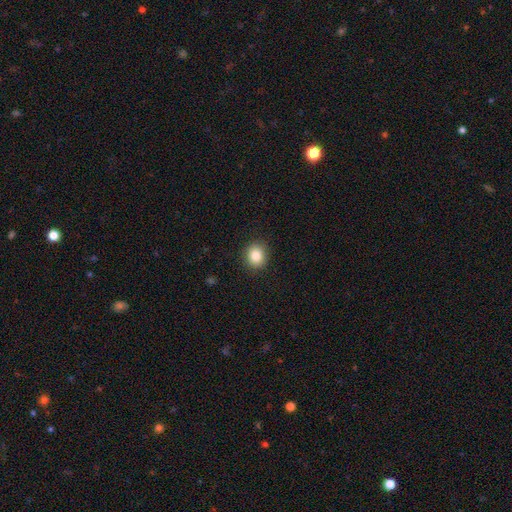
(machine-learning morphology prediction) Smooth or featured: smooth — 85% (star or artifact — 10%)
How rounded: round — 74% (in between — 25%)
Merging: none — 90% (minor disturbance — 7%)